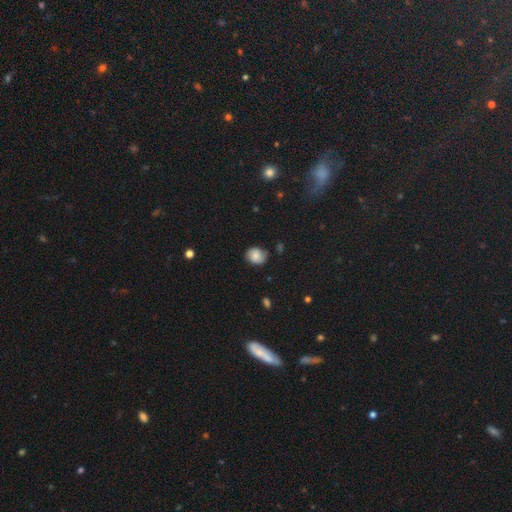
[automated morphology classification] This appears to be a smooth galaxy with no disk features (71%) that is round (63%). Merging: none (69%).